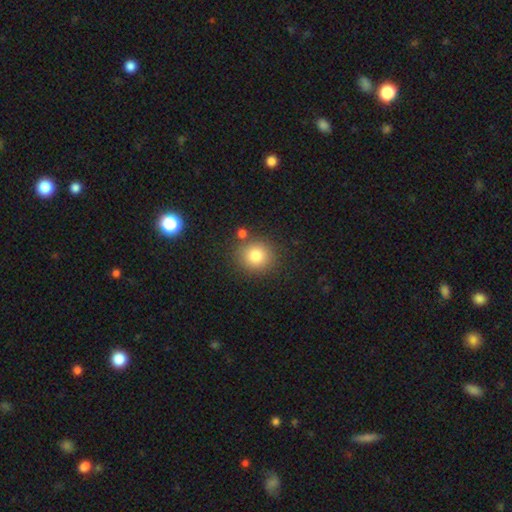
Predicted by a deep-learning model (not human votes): Smooth or featured? Predicted: smooth (p=0.82). How rounded? Predicted: round (p=0.86). Merging? Predicted: none (p=0.80).